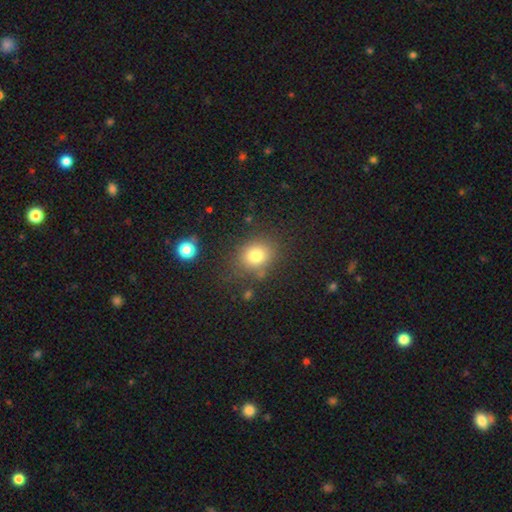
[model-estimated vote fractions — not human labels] Morphology: type=smooth (79%); roundness=round (59%); merging=none (76%).